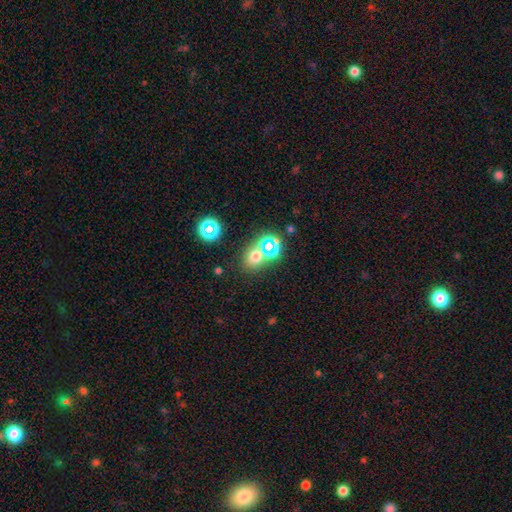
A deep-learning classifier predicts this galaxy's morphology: Smooth or featured?
  - smooth: 57% *
  - star or artifact: 33%
  - featured or disk: 9%
How rounded?
  - round: 62% *
  - in between: 36%
  - cigar-shaped: 1%
Merging?
  - none: 64% *
  - merger: 22%
  - minor disturbance: 10%
  - major disturbance: 5%